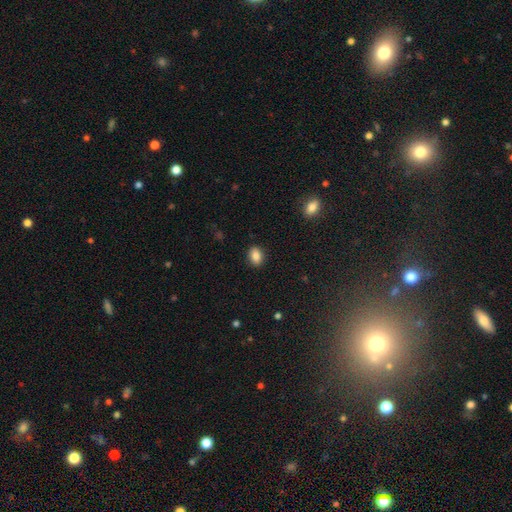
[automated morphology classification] A smooth galaxy with no disk features (86%) that is in between round and cigar-shaped (73%). Merging: none (89%).